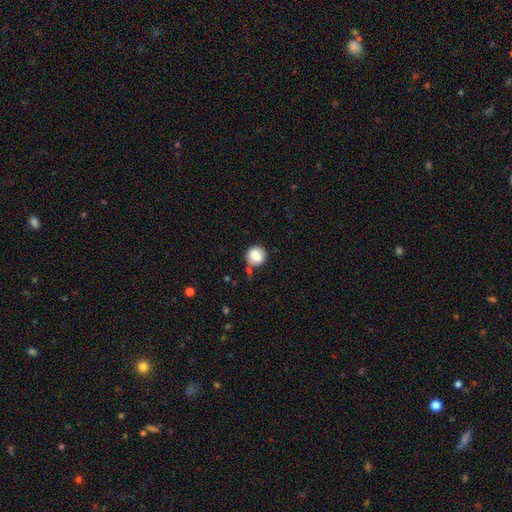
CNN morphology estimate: smooth 81%, featured or disk 10%, star or artifact 8%. Down the decision tree: how rounded — round (84%); merging — none (62%).